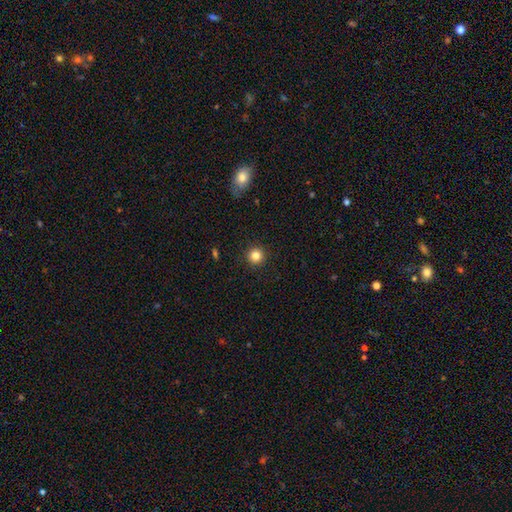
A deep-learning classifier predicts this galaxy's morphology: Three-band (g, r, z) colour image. It shows a smooth galaxy with no disk features (83%) that is round (95%). Merging: none (92%).